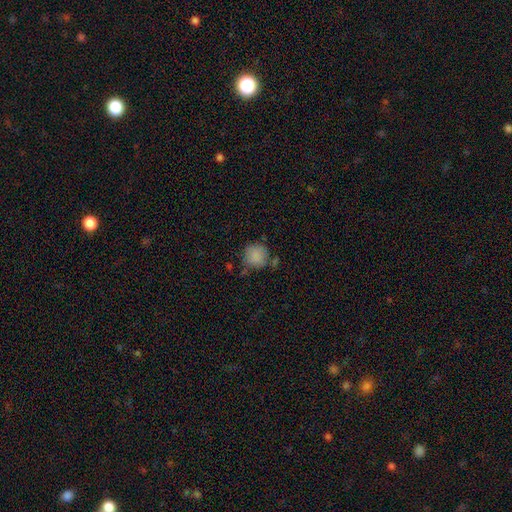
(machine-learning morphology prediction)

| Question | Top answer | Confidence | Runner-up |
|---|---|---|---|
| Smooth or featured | smooth | 85% | star or artifact (9%) |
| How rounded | round | 89% | in between (10%) |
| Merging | none | 67% | minor disturbance (20%) |